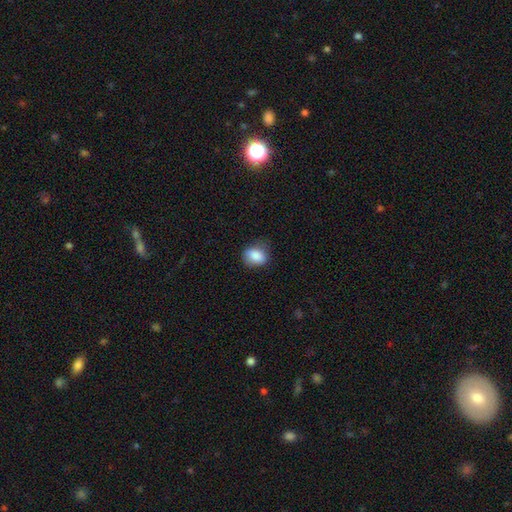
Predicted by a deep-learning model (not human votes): The model was most divided on "how rounded": in between: 61%, round: 38%, cigar-shaped: 1%. More confident: smooth or featured — smooth (85%); merging — none (71%).